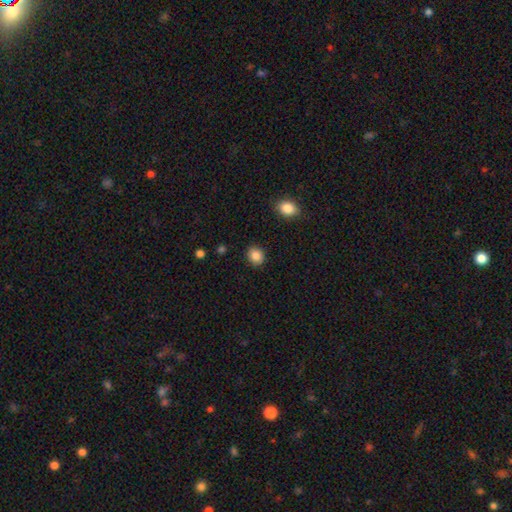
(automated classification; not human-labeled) A smooth galaxy with no disk features (86%) that is round (71%). Merging: none (89%).